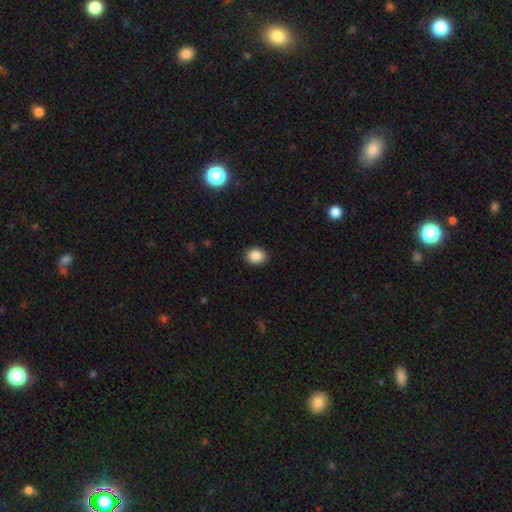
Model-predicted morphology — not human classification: type=smooth (87%); roundness=in between (52%); merging=none (90%).